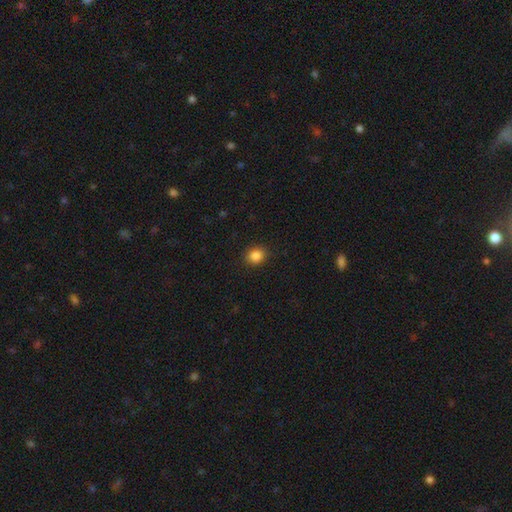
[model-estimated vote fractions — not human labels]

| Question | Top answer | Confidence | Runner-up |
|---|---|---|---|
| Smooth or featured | smooth | 85% | star or artifact (11%) |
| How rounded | round | 77% | in between (22%) |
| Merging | none | 90% | minor disturbance (7%) |